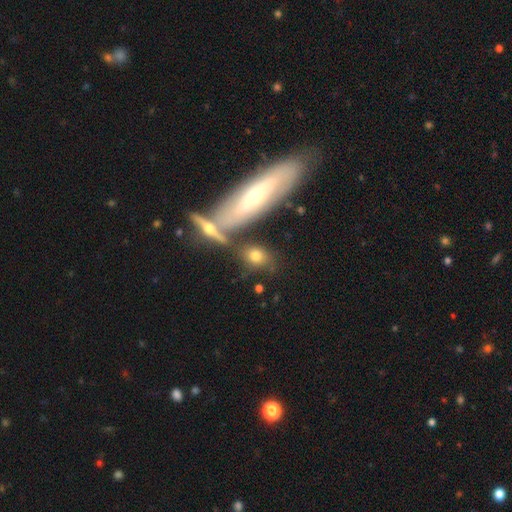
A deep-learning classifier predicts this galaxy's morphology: type=smooth (69%); roundness=in between (56%); merging=none (65%).